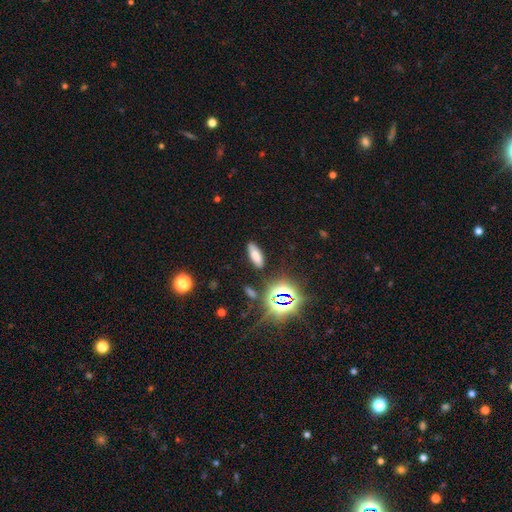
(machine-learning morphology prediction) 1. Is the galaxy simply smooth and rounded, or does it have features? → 70% smooth, 20% star or artifact, 10% featured or disk.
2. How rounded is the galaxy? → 67% in between, 28% cigar-shaped, 4% round.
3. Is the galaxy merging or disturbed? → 85% none, 9% minor disturbance, 3% major disturbance, 2% merger.